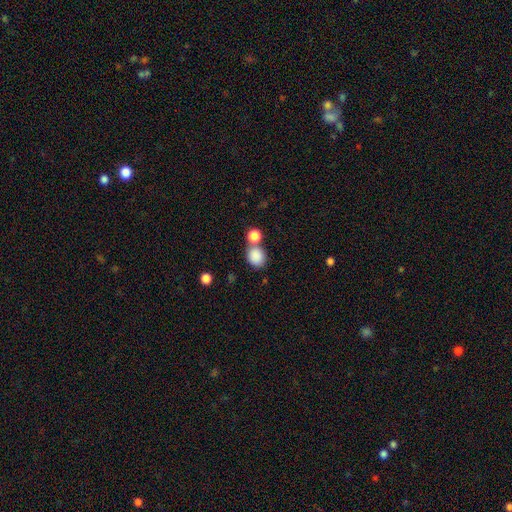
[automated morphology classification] smooth 86%, star or artifact 9%, featured or disk 5%. Down the decision tree: how rounded — round (70%); merging — none (57%).